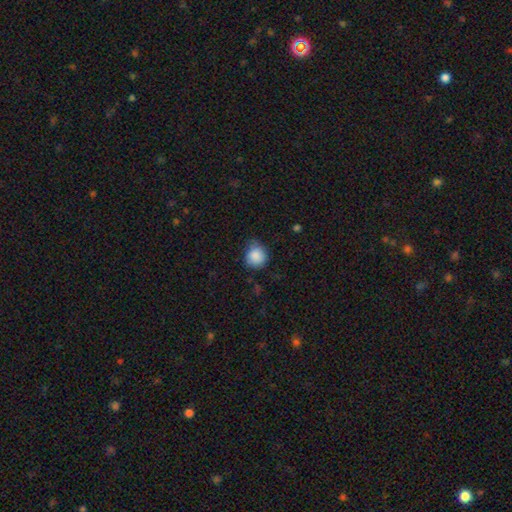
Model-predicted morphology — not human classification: type=smooth (86%); roundness=round (84%); merging=none (64%).